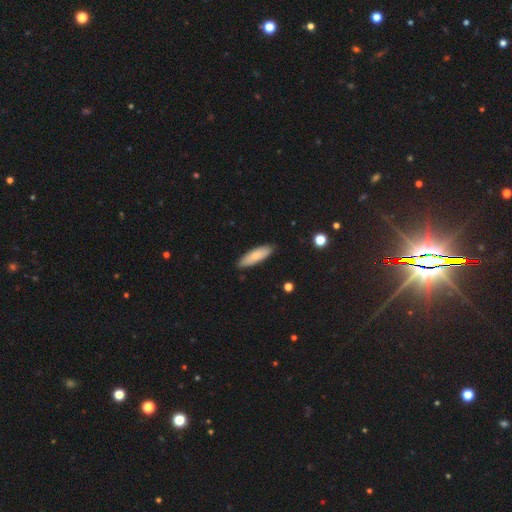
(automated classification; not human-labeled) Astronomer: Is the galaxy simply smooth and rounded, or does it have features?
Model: smooth — 78%.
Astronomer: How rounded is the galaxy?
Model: cigar-shaped — 50% (runner-up: in between, 49%).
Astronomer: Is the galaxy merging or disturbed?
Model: none — 87%.